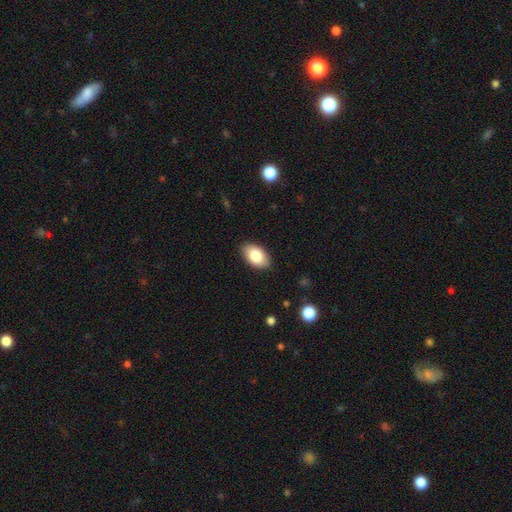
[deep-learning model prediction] Q: Smooth or featured?
A: smooth (83%); runner-up: featured or disk (10%)
Q: How rounded?
A: in between (93%); runner-up: round (5%)
Q: Merging?
A: none (88%); runner-up: minor disturbance (9%)